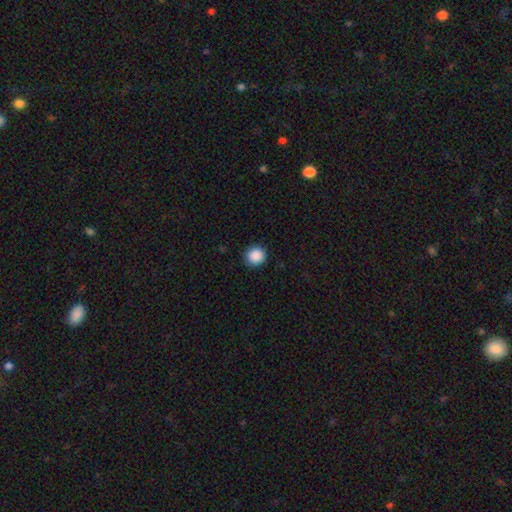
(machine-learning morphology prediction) type=smooth (89%); roundness=round (94%); merging=none (91%).